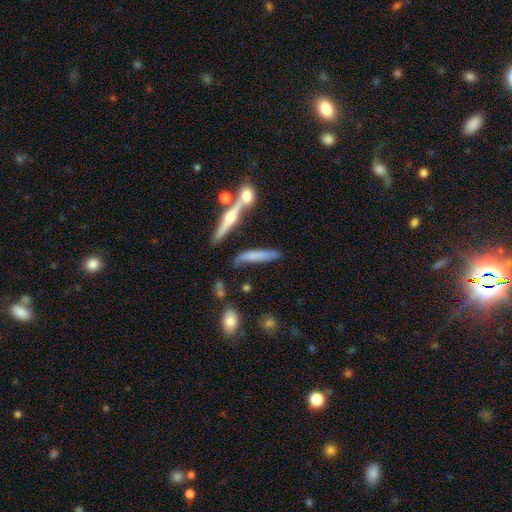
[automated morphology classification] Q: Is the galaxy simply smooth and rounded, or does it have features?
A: smooth — 52%.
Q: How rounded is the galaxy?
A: cigar-shaped — 86%.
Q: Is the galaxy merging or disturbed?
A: none — 59%.